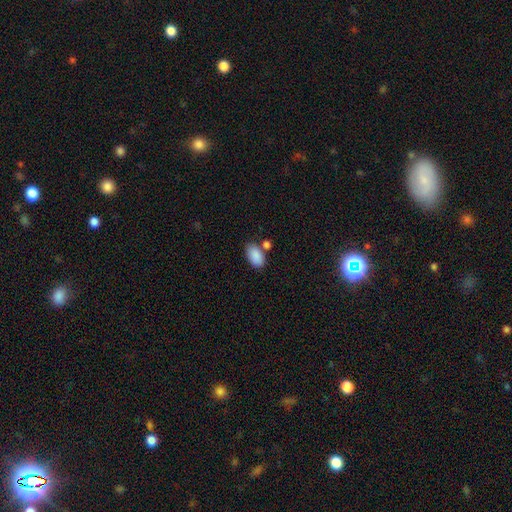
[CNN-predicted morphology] Smooth or featured? Predicted: smooth (p=0.89). How rounded? Predicted: in between (p=0.94). Merging? Predicted: none (p=0.68).